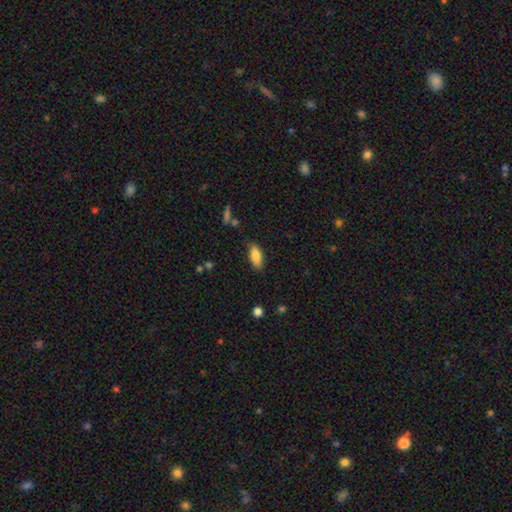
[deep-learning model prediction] Smooth or featured? smooth (85%)
How rounded? in between (78%)
Merging? none (81%)